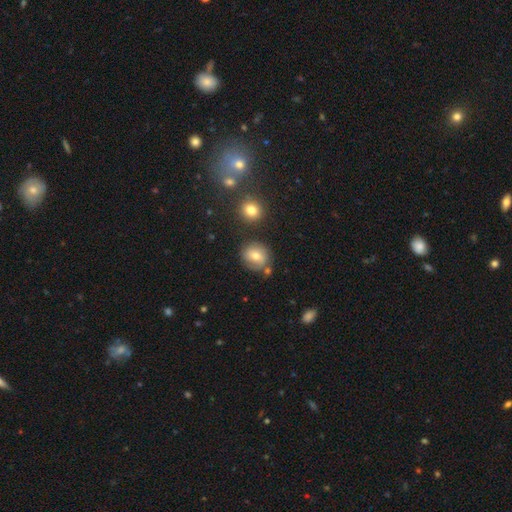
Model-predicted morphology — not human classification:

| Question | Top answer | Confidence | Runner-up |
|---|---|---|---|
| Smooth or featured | smooth | 65% | featured or disk (24%) |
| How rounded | round | 79% | in between (20%) |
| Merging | none | 71% | minor disturbance (16%) |